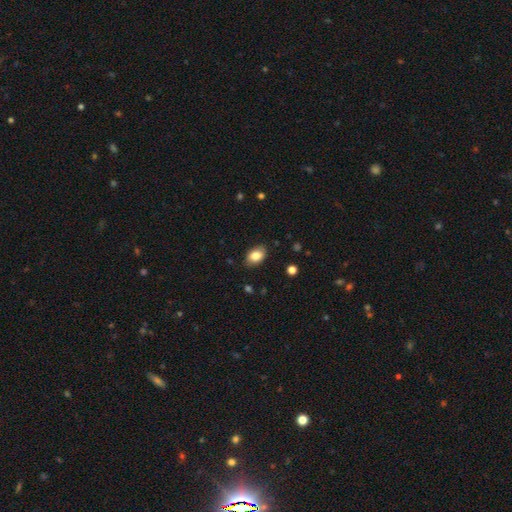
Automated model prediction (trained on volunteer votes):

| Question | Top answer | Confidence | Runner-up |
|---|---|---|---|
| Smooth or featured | smooth | 84% | featured or disk (8%) |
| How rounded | in between | 85% | round (13%) |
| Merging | none | 86% | minor disturbance (11%) |